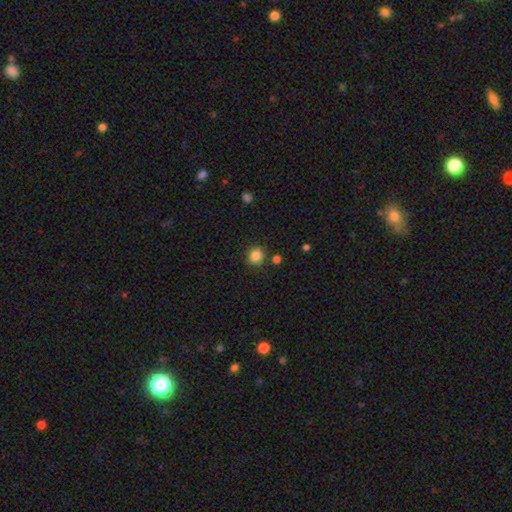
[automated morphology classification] Overall: smooth (85%). How rounded: round (83%). Merging: none (85%).